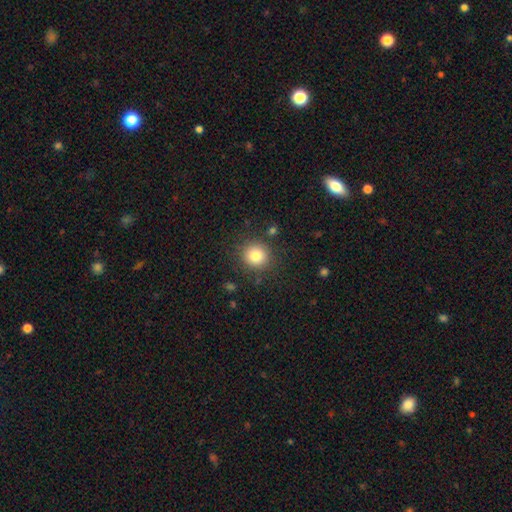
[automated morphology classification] Smooth or featured? smooth (82%)
How rounded? round (90%)
Merging? none (86%)